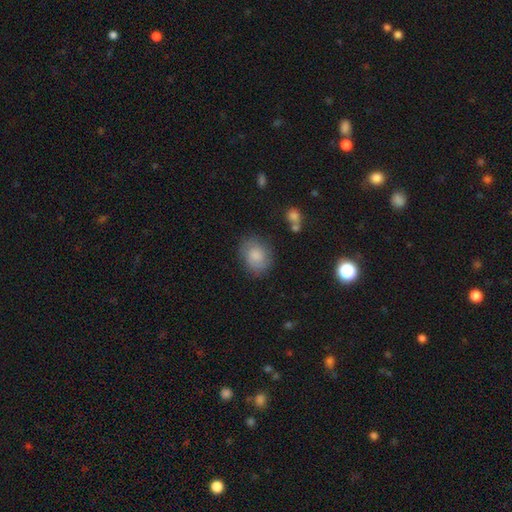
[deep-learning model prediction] Smooth or featured: smooth — 73% (featured or disk — 19%)
How rounded: in between — 51% (round — 48%)
Merging: none — 74% (minor disturbance — 18%)